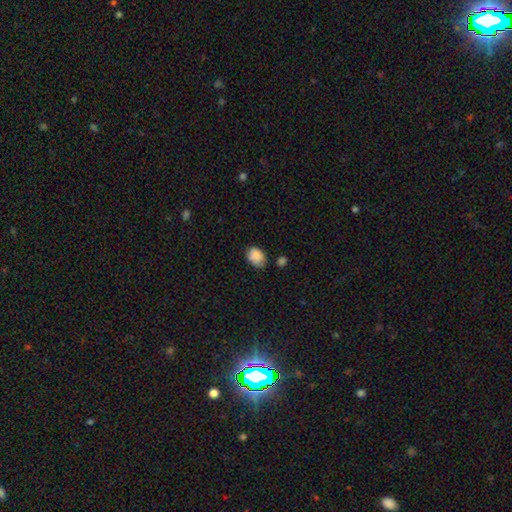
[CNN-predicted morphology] smooth 87%, star or artifact 8%, featured or disk 5%. Down the decision tree: how rounded — in between (77%); merging — none (63%).